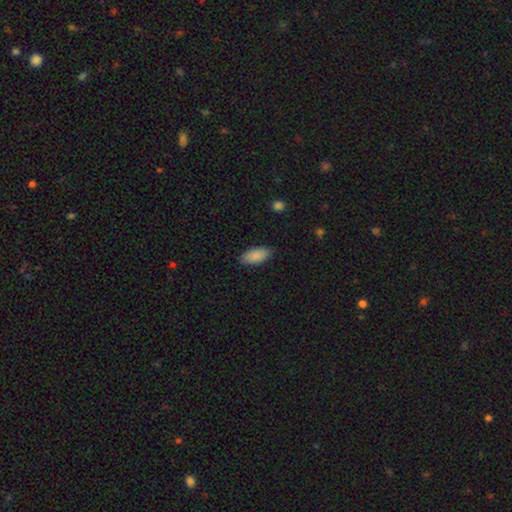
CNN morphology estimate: Smooth or featured? Predicted: smooth (p=0.88). How rounded? Predicted: in between (p=0.90). Merging? Predicted: none (p=0.84).